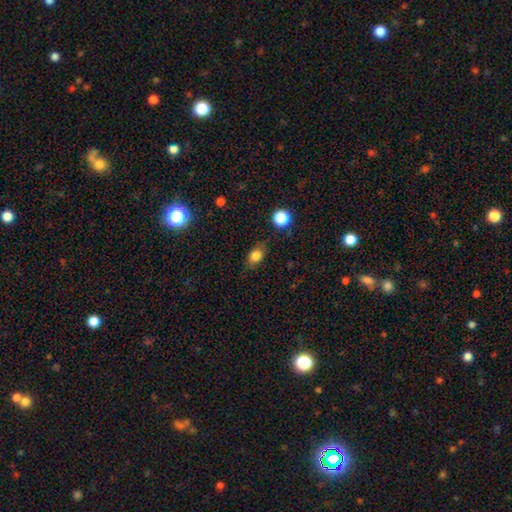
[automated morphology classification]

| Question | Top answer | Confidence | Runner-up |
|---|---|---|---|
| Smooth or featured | smooth | 79% | star or artifact (11%) |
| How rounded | in between | 69% | round (28%) |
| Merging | none | 78% | minor disturbance (17%) |